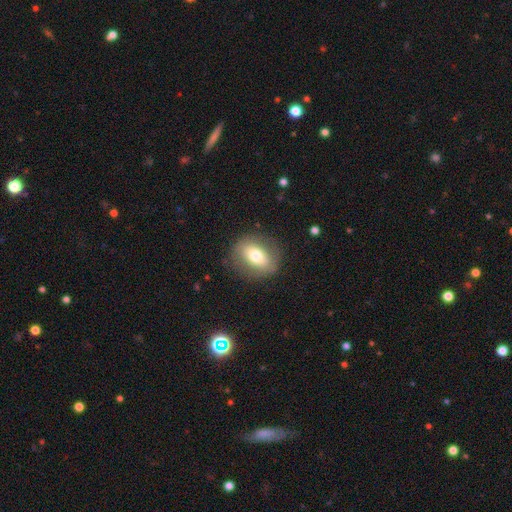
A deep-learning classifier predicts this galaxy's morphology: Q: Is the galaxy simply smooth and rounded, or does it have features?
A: smooth — 66%.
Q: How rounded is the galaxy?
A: in between — 64%.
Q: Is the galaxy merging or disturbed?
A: none — 81%.